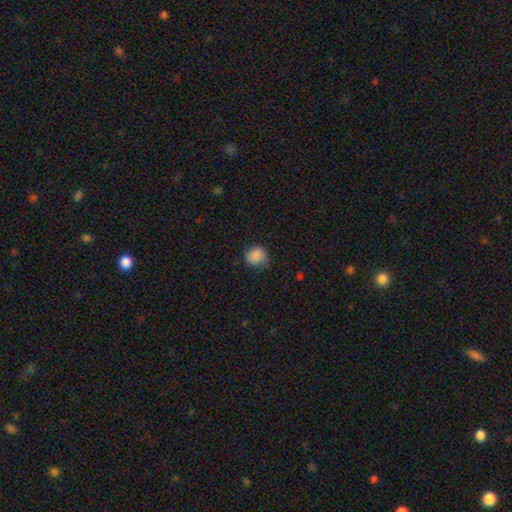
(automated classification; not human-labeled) This appears to be a smooth galaxy with no disk features (87%) that is round (79%). Merging: none (73%).